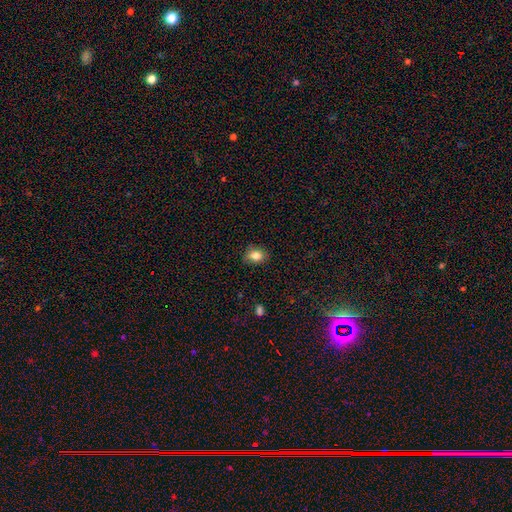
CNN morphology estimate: smooth-or-featured: smooth: 82% | star or artifact: 10% | featured or disk: 8%
  how-rounded: in between: 55% | round: 44% | cigar-shaped: 1%
  merging: none: 82% | minor disturbance: 14% | major disturbance: 2% | merger: 1%